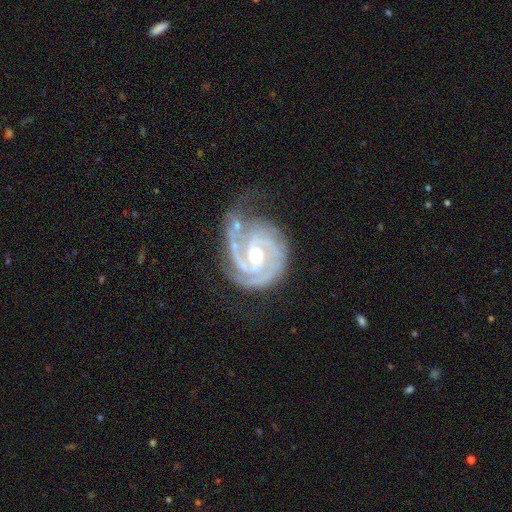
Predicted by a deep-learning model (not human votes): Smooth or featured? Predicted: featured or disk (p=0.93). Edge-on disk? Predicted: no (p=0.98). Bar? Predicted: no (p=0.49). Spiral arms? Predicted: yes (p=0.98). Spiral winding? Predicted: tight (p=0.72). Spiral arm count? Predicted: 2 (p=0.47). Bulge size? Predicted: moderate (p=0.62). Merging? Predicted: none (p=0.49).